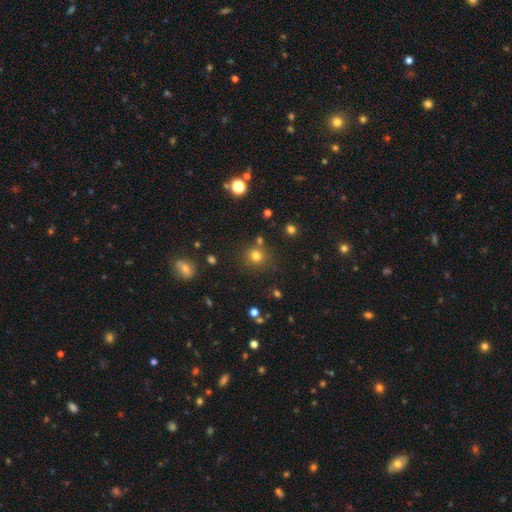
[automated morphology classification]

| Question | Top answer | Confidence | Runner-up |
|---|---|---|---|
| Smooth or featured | smooth | 75% | star or artifact (18%) |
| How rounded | round | 88% | in between (11%) |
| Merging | none | 76% | minor disturbance (10%) |